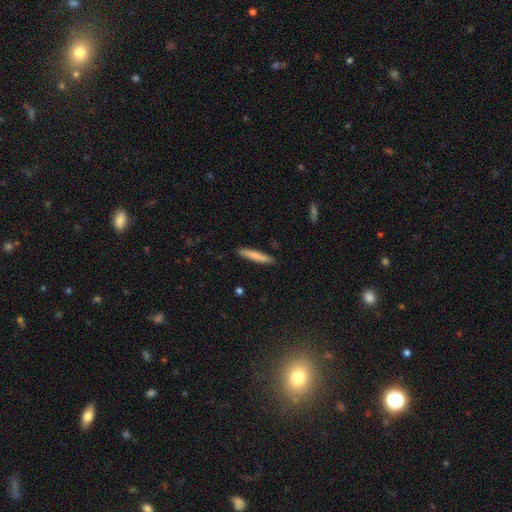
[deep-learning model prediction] smooth 78%, featured or disk 16%, star or artifact 6%. Down the decision tree: how rounded — cigar-shaped (93%); merging — none (89%).